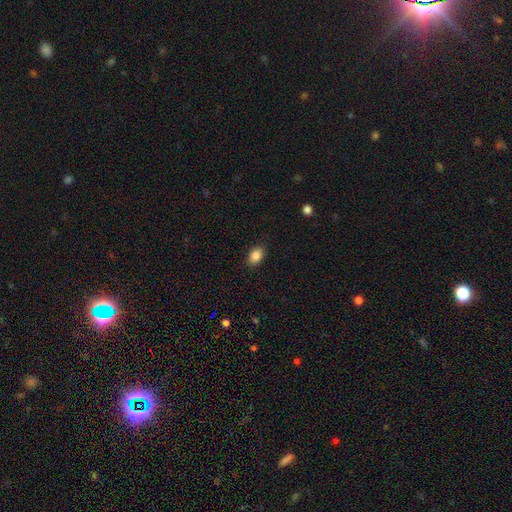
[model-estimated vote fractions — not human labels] Smooth or featured: smooth — 86% (star or artifact — 9%)
How rounded: in between — 78% (round — 21%)
Merging: none — 87% (minor disturbance — 10%)